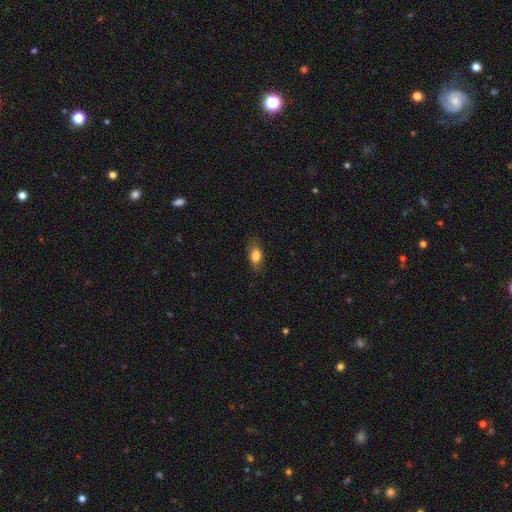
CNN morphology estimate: smooth_or_featured: smooth (p=0.81) [alt: featured or disk p=0.12]
how_rounded: in between (p=0.83) [alt: cigar-shaped p=0.09]
merging: none (p=0.75) [alt: minor disturbance p=0.19]